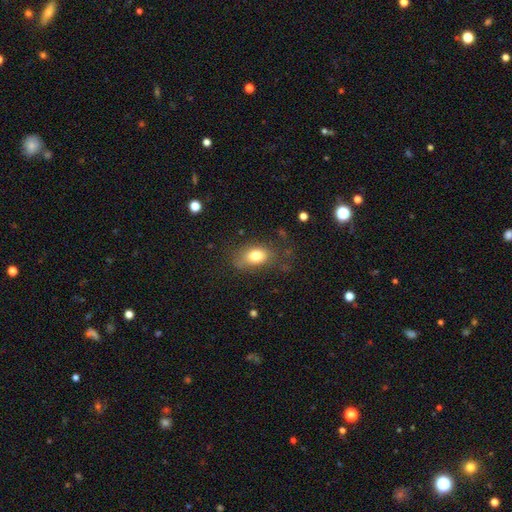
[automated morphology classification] smooth-or-featured: smooth: 77% | featured or disk: 14% | star or artifact: 10%
  how-rounded: in between: 80% | round: 18% | cigar-shaped: 2%
  merging: none: 66% | minor disturbance: 22% | major disturbance: 10% | merger: 2%